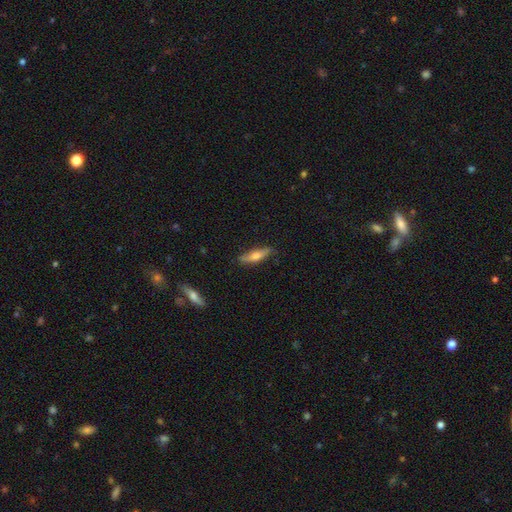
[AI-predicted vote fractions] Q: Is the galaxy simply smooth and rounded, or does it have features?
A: smooth — 52%.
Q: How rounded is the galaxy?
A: cigar-shaped — 75%.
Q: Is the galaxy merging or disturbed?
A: none — 84%.